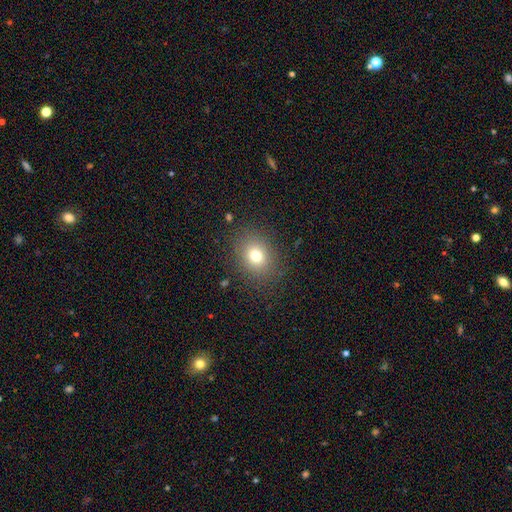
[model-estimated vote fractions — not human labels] Overall: smooth (75%). How rounded: round (58%; in between 42%). Merging: none (85%).